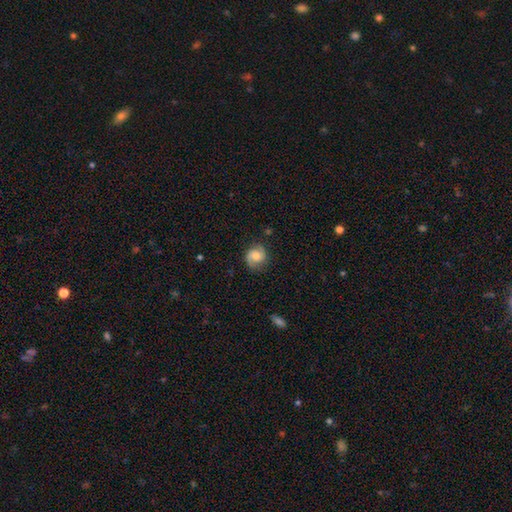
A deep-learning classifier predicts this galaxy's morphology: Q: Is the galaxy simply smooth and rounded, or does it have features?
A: featured or disk — 61%.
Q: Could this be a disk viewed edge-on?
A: no — 98%.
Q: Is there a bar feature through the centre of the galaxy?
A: no — 62%.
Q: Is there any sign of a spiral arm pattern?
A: yes — 93%.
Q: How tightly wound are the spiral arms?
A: medium — 47%.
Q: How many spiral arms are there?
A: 2 — 88%.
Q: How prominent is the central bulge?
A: moderate — 61%.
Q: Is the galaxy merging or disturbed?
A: none — 79%.